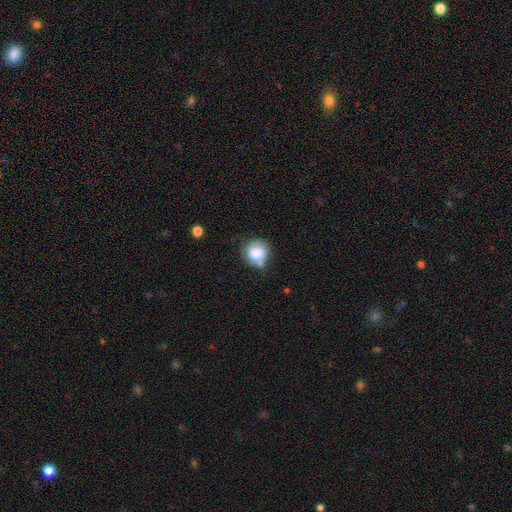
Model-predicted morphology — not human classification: Smooth or featured: smooth — 77% (featured or disk — 15%)
How rounded: round — 81% (in between — 18%)
Merging: none — 45% (minor disturbance — 31%)